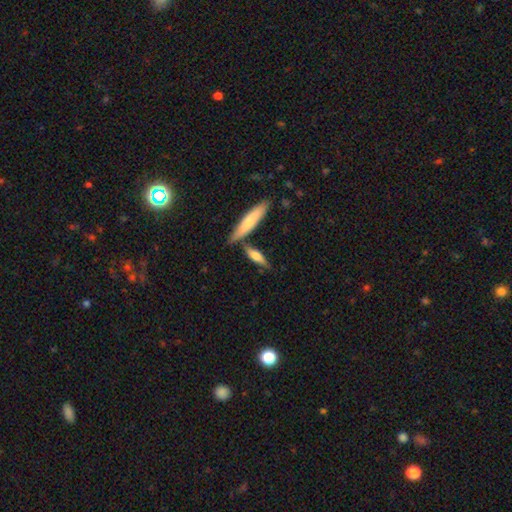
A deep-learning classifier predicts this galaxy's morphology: Smooth or featured: smooth — 62% (featured or disk — 32%)
How rounded: cigar-shaped — 66% (in between — 31%)
Merging: none — 68% (merger — 16%)